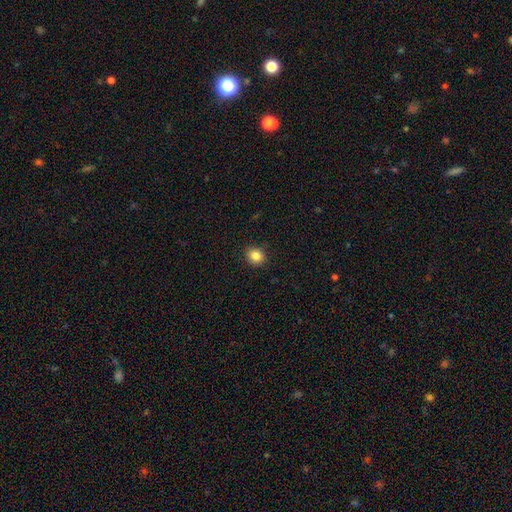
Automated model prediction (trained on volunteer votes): Q: Smooth or featured?
A: smooth (85%); runner-up: star or artifact (10%)
Q: How rounded?
A: round (72%); runner-up: in between (27%)
Q: Merging?
A: none (91%); runner-up: minor disturbance (7%)